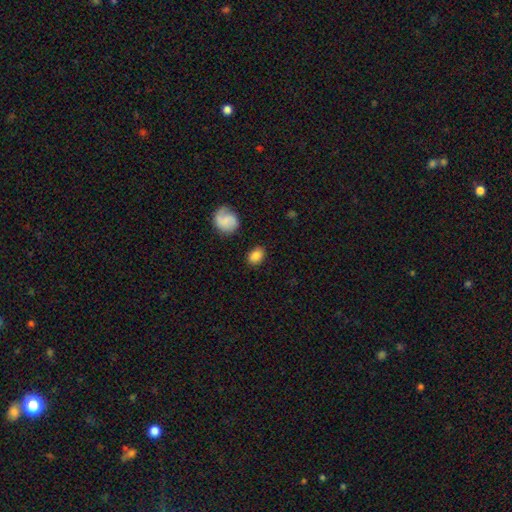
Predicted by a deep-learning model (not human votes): Smooth or featured: smooth — 84% (featured or disk — 8%)
How rounded: in between — 68% (round — 31%)
Merging: none — 82% (minor disturbance — 12%)